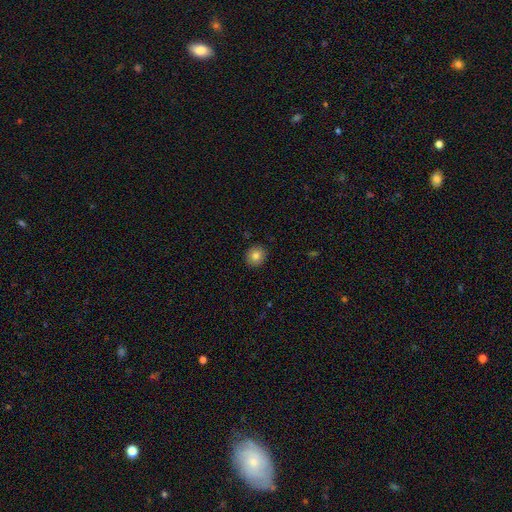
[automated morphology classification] Q: Smooth or featured?
A: smooth (81%); runner-up: star or artifact (10%)
Q: How rounded?
A: round (84%); runner-up: in between (15%)
Q: Merging?
A: none (91%); runner-up: minor disturbance (7%)